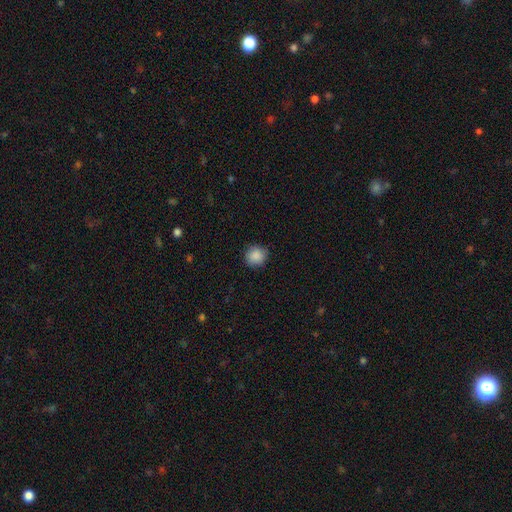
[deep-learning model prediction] A smooth galaxy with no disk features (88%) that is round (91%).

Vote fractions:
- Smooth or featured? smooth: 88% / star or artifact: 8% / featured or disk: 3%
- How rounded? round: 91% / in between: 8% / cigar-shaped: 1%
- Merging? none: 88% / minor disturbance: 9% / major disturbance: 2% / merger: 1%